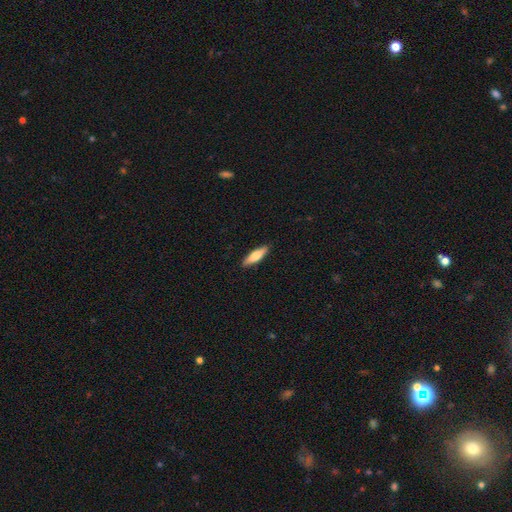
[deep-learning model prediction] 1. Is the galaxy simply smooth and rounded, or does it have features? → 67% smooth, 28% featured or disk, 5% star or artifact.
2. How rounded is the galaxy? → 64% cigar-shaped, 34% in between, 2% round.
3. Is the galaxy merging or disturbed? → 89% none, 8% minor disturbance, 2% major disturbance, 1% merger.